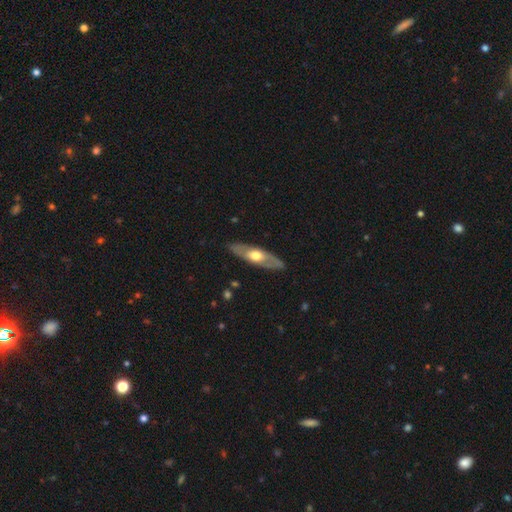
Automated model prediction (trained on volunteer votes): A featured or disk galaxy (59%). Merging: none (85%).